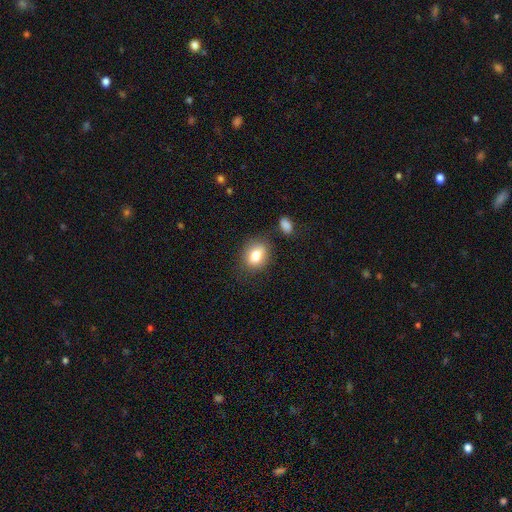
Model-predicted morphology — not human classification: This is likely a smooth galaxy (78%). How rounded: possibly in between (56%). Merging: likely none (78%).